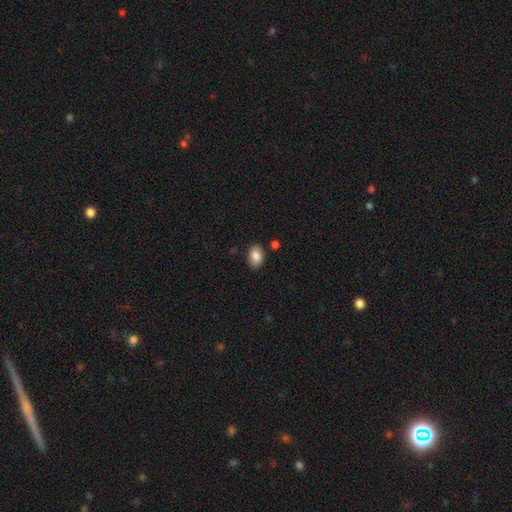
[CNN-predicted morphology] Q: Smooth or featured?
A: smooth (86%); runner-up: star or artifact (7%)
Q: How rounded?
A: in between (85%); runner-up: round (14%)
Q: Merging?
A: none (85%); runner-up: minor disturbance (9%)